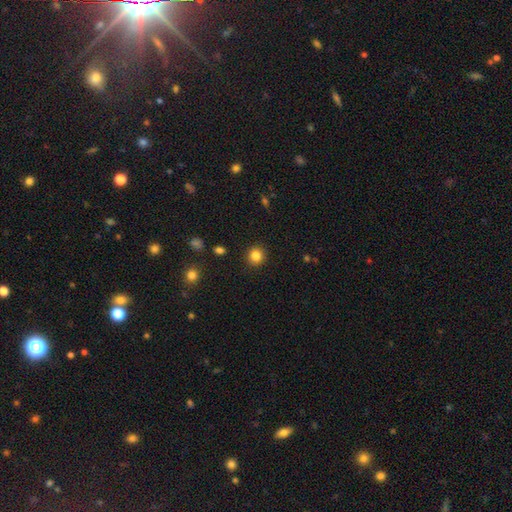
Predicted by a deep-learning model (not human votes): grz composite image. It shows a smooth galaxy with no disk features (84%) that is round (90%). Merging: none (91%).